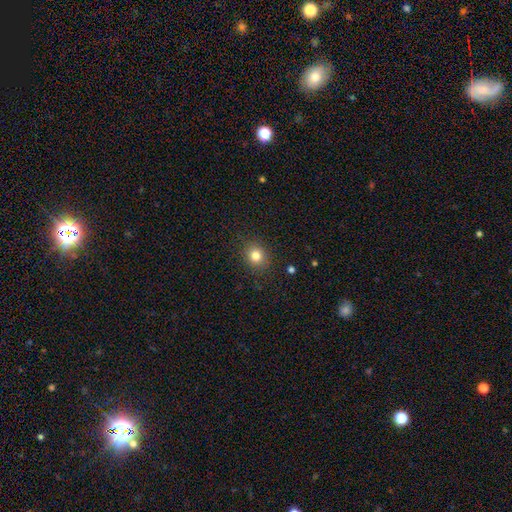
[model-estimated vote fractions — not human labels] The model was most divided on "how rounded": round: 80%, in between: 20%, cigar-shaped: 1%. More confident: merging — none (89%); smooth or featured — smooth (81%).